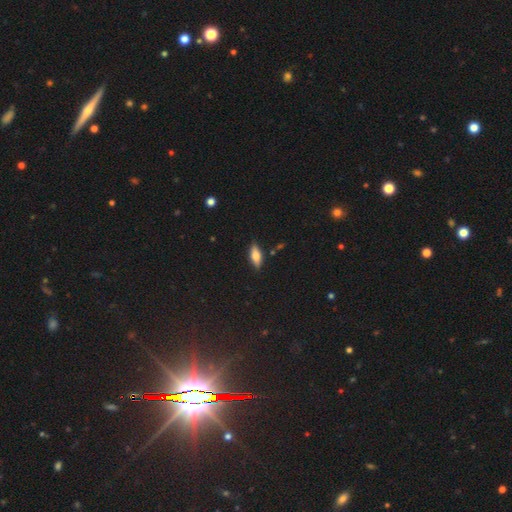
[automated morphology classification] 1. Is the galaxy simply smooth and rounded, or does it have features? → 61% smooth, 31% featured or disk, 8% star or artifact.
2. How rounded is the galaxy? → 71% in between, 26% cigar-shaped, 3% round.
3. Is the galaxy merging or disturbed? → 85% none, 11% minor disturbance, 2% major disturbance, 2% merger.